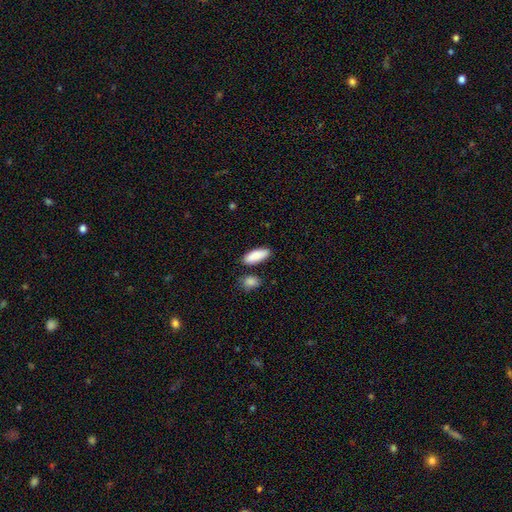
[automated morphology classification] Smooth or featured?
  - smooth: 89% *
  - star or artifact: 6%
  - featured or disk: 5%
How rounded?
  - in between: 75% *
  - cigar-shaped: 23%
  - round: 2%
Merging?
  - none: 80% *
  - minor disturbance: 11%
  - merger: 6%
  - major disturbance: 3%